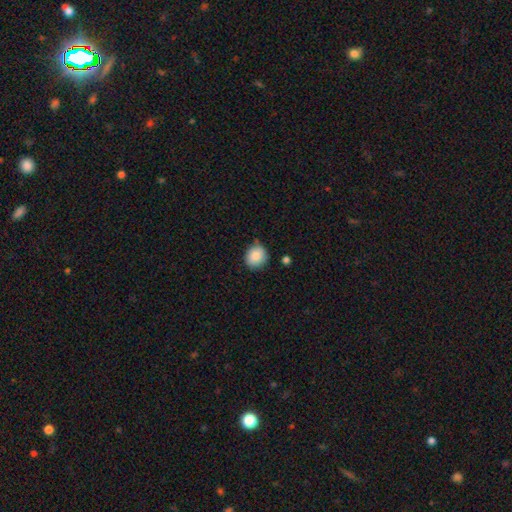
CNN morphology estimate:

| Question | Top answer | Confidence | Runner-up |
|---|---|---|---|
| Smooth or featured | smooth | 87% | star or artifact (8%) |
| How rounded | round | 76% | in between (23%) |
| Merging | none | 82% | minor disturbance (13%) |